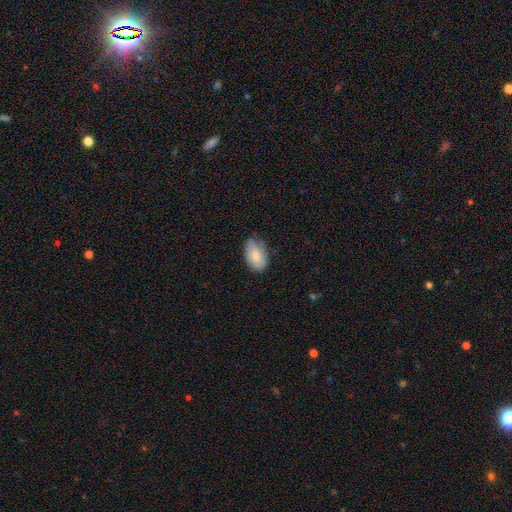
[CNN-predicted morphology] Smooth or featured? Predicted: smooth (p=0.78). How rounded? Predicted: in between (p=0.92). Merging? Predicted: none (p=0.67).